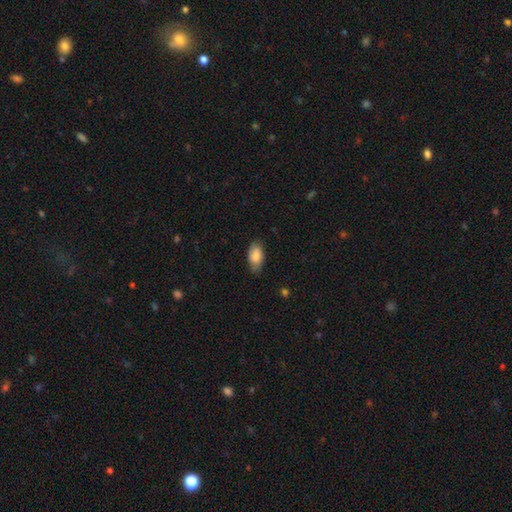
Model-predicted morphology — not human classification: Smooth or featured?
  - smooth: 82% *
  - featured or disk: 11%
  - star or artifact: 6%
How rounded?
  - in between: 93% *
  - cigar-shaped: 4%
  - round: 3%
Merging?
  - none: 75% *
  - minor disturbance: 21%
  - major disturbance: 3%
  - merger: 1%